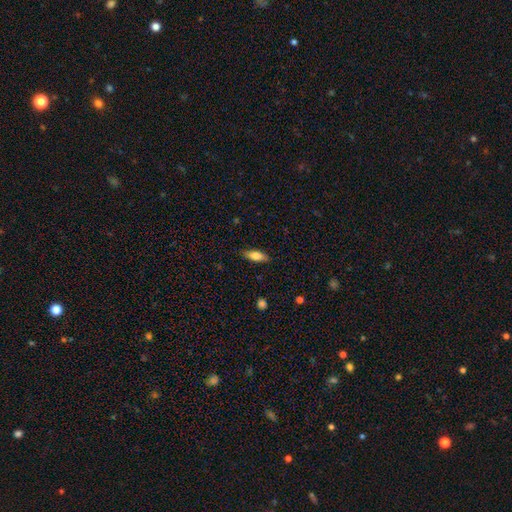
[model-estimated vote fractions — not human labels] A smooth galaxy with no disk features (76%) that is in between round and cigar-shaped (69%). Merging: none (87%).